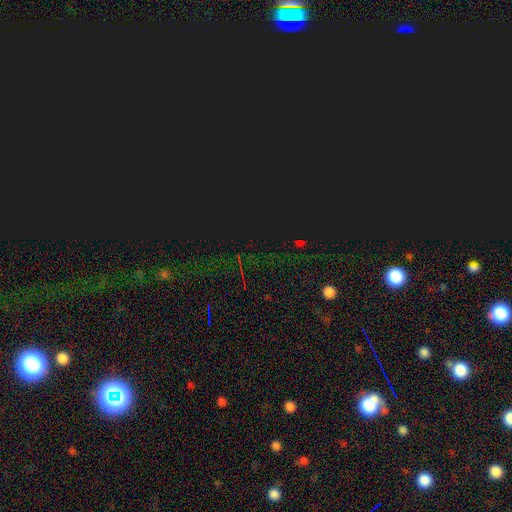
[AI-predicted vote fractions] Overall: star or artifact (79%).